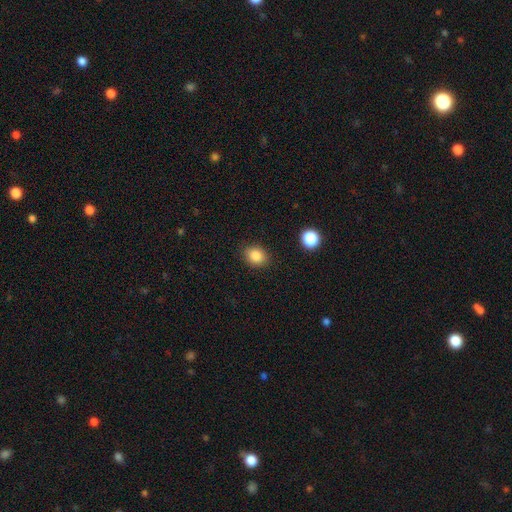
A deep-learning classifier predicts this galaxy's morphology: smooth 85%, star or artifact 10%, featured or disk 5%. Down the decision tree: how rounded — round (50%); merging — none (87%).